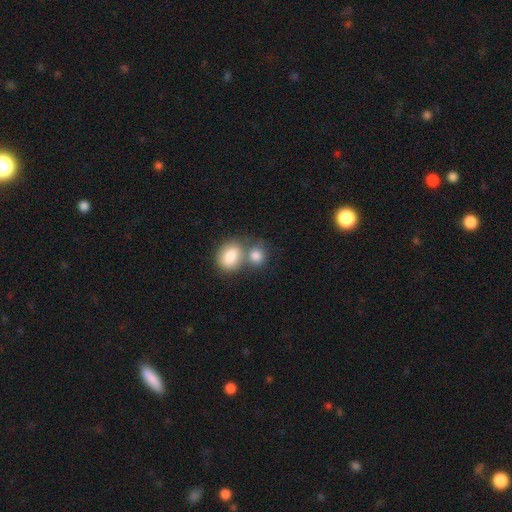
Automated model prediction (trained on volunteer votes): smooth_or_featured: smooth (p=0.82) [alt: featured or disk p=0.09]
how_rounded: round (p=0.62) [alt: in between p=0.36]
merging: merger (p=0.51) [alt: none p=0.36]